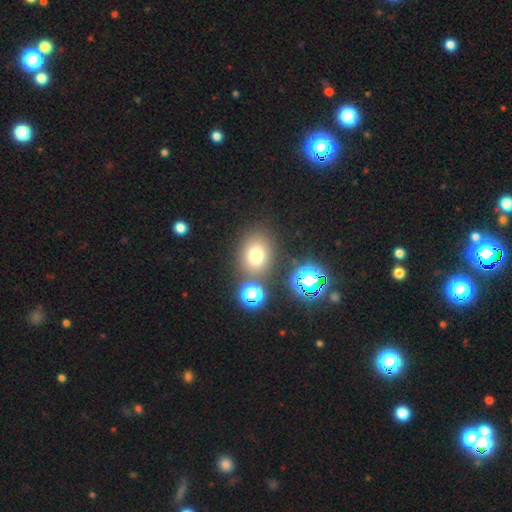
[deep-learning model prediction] Overall: smooth (69%). How rounded: round (62%; in between 37%). Merging: none (75%).